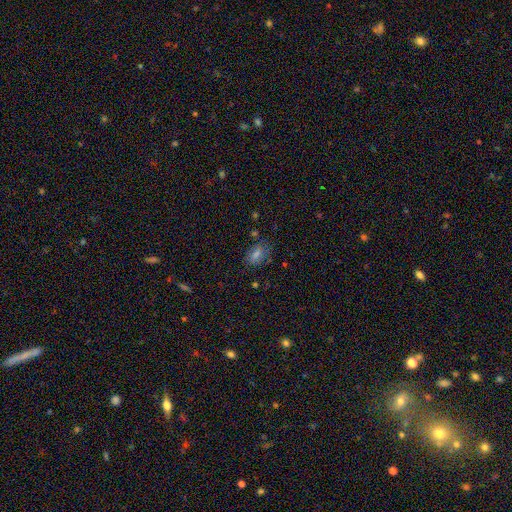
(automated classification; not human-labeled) A smooth galaxy with no disk features (60%) that is in between round and cigar-shaped (79%). Merging: none (74%).